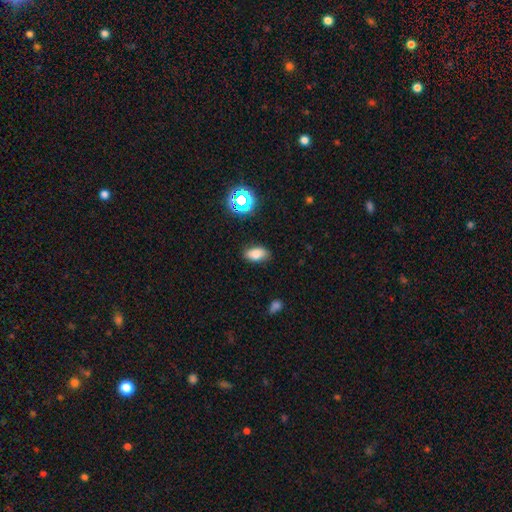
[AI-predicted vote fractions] A smooth galaxy with no disk features (78%) that is in between round and cigar-shaped (91%). Merging: none (82%).